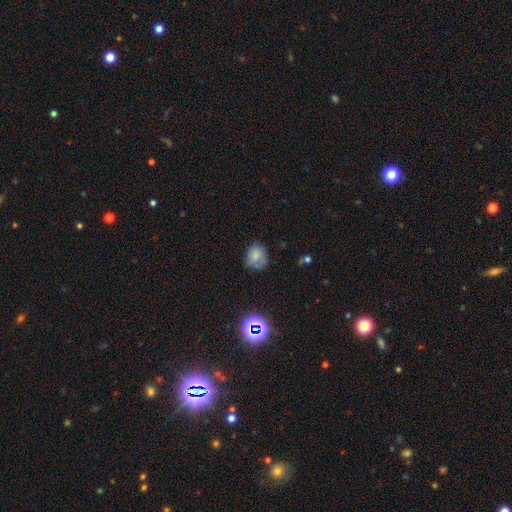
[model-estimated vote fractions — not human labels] A smooth galaxy with no disk features (75%) that is round (68%).

Vote fractions:
- Smooth or featured? smooth: 75% / star or artifact: 13% / featured or disk: 11%
- How rounded? round: 68% / in between: 31% / cigar-shaped: 1%
- Merging? none: 63% / minor disturbance: 26% / major disturbance: 7% / merger: 3%